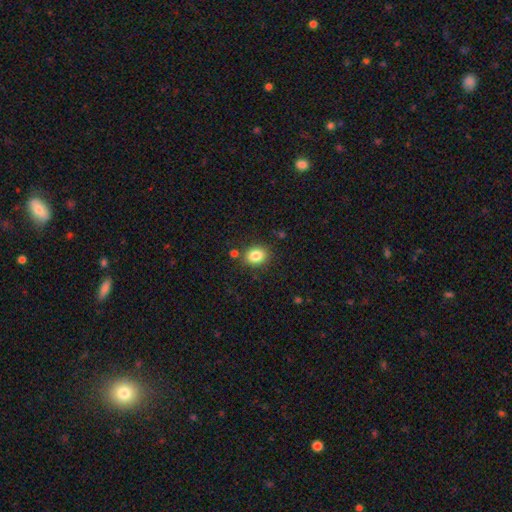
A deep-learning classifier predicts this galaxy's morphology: Overall: smooth (84%). How rounded: in between (50%; round 49%). Merging: none (82%).